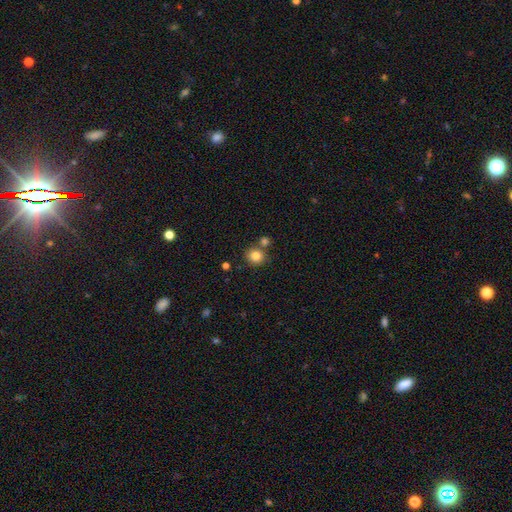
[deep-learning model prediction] Smooth or featured?
  - smooth: 83% *
  - star or artifact: 11%
  - featured or disk: 6%
How rounded?
  - round: 88% *
  - in between: 11%
  - cigar-shaped: 1%
Merging?
  - none: 74% *
  - merger: 16%
  - minor disturbance: 8%
  - major disturbance: 2%